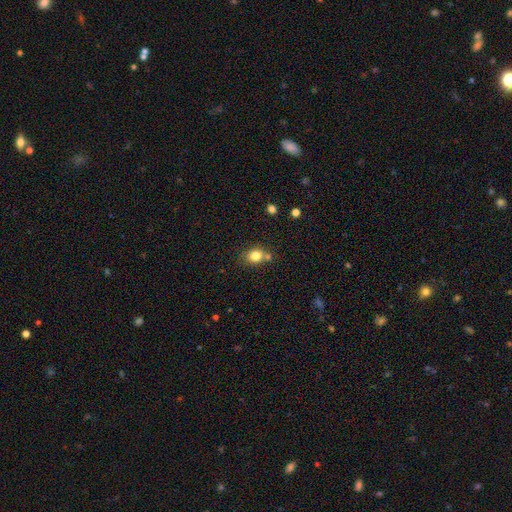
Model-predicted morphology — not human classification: smooth-or-featured: smooth: 81% | star or artifact: 11% | featured or disk: 9%
  how-rounded: round: 54% | in between: 45% | cigar-shaped: 1%
  merging: none: 60% | merger: 21% | minor disturbance: 15% | major disturbance: 4%